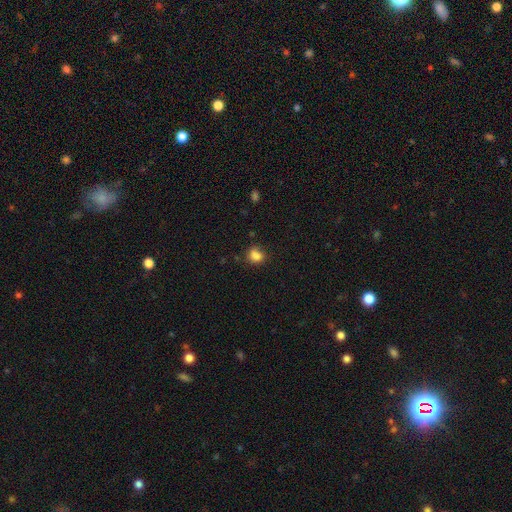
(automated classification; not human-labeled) smooth 81%, star or artifact 12%, featured or disk 7%. Down the decision tree: how rounded — round (61%); merging — none (58%).